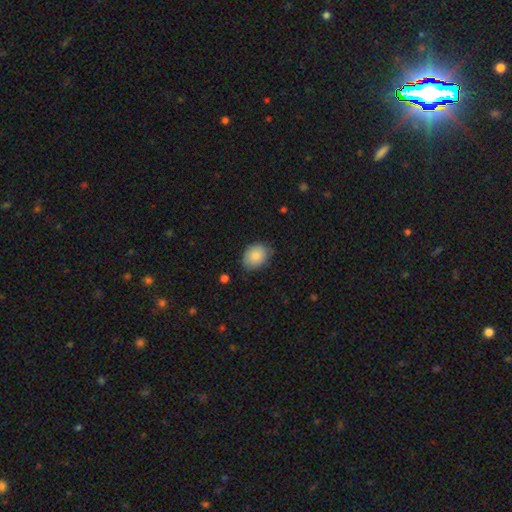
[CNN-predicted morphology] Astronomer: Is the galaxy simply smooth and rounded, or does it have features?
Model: smooth — 85%.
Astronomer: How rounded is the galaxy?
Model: in between — 63%.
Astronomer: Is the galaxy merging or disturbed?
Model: none — 72%.